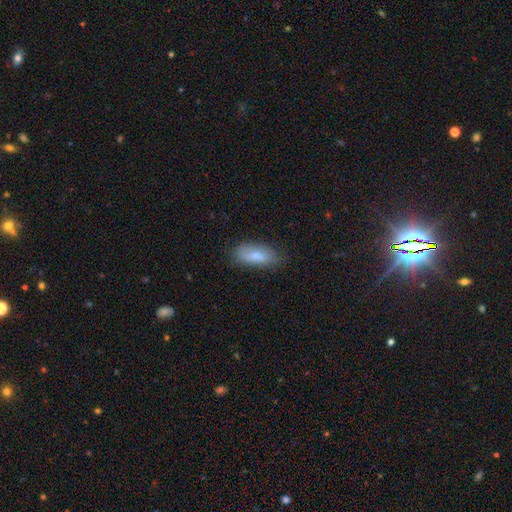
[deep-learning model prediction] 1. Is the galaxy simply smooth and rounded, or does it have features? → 80% smooth, 13% featured or disk, 7% star or artifact.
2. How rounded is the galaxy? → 81% in between, 17% cigar-shaped, 2% round.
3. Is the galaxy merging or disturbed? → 74% none, 20% minor disturbance, 4% major disturbance, 2% merger.